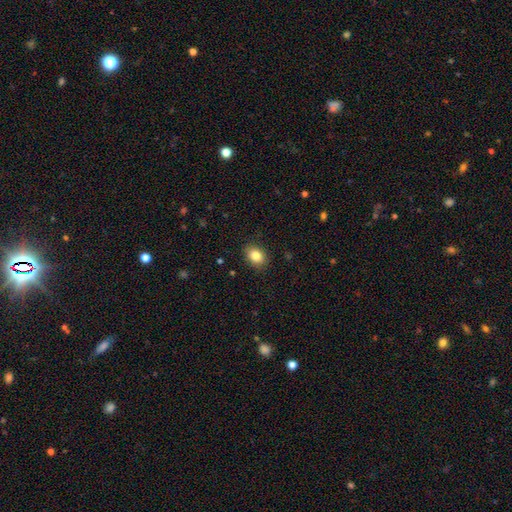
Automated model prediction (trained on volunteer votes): smooth_or_featured: smooth (p=0.85) [alt: star or artifact p=0.09]
how_rounded: in between (p=0.68) [alt: round p=0.31]
merging: none (p=0.88) [alt: minor disturbance p=0.09]